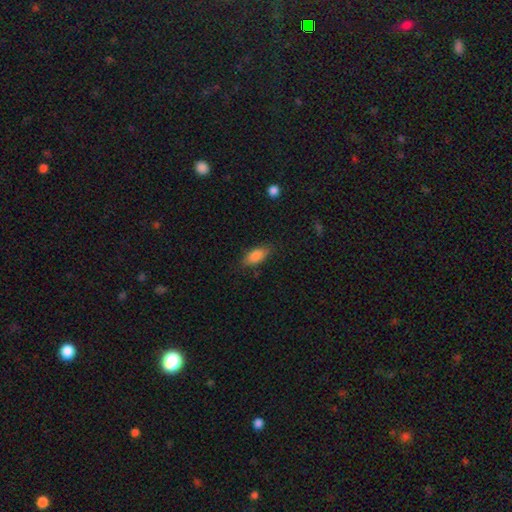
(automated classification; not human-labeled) Overall: smooth (85%). How rounded: in between (86%). Merging: none (80%).